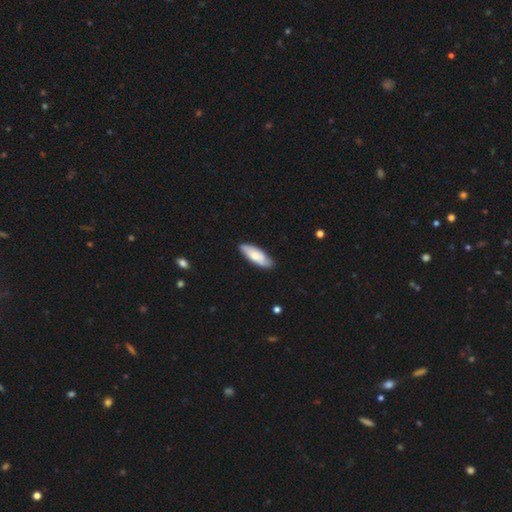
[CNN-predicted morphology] type=smooth (63%); roundness=in between (67%); merging=none (83%).